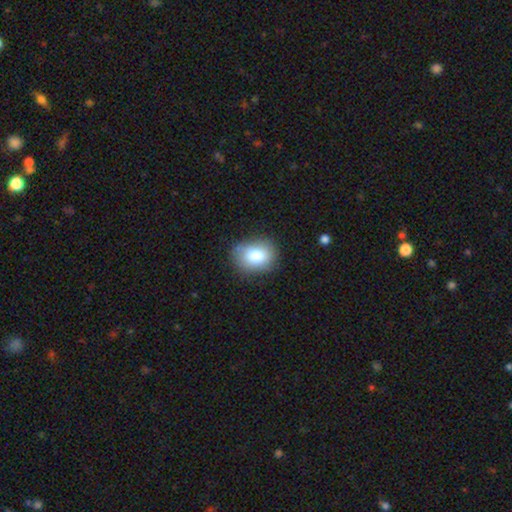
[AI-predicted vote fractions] smooth-or-featured: smooth: 79% | featured or disk: 12% | star or artifact: 9%
  how-rounded: in between: 53% | round: 46% | cigar-shaped: 1%
  merging: none: 79% | minor disturbance: 15% | major disturbance: 4% | merger: 2%